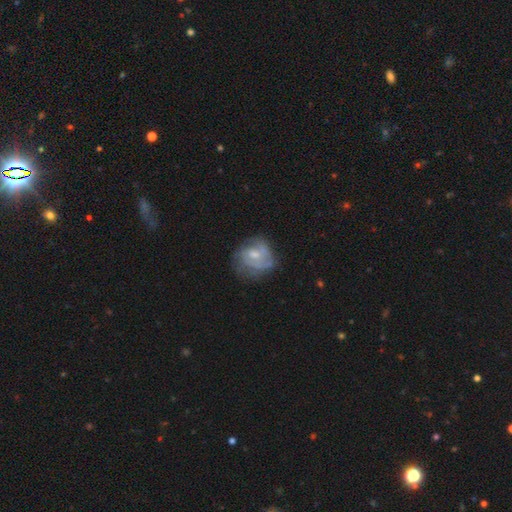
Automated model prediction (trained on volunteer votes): A featured or disk galaxy (61%) with no bar (59%), spiral arms (66%) and a moderate central bulge (49%). Merging: none (53%).